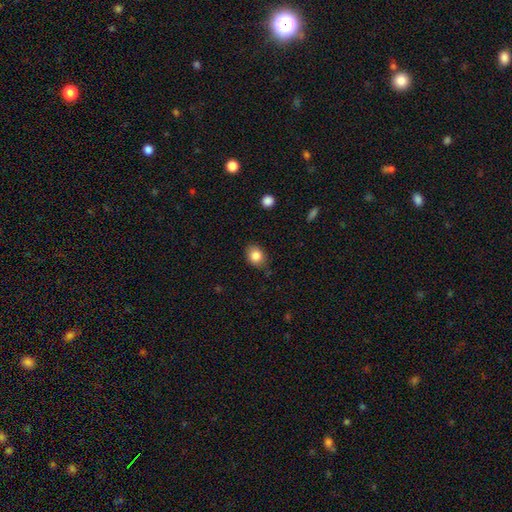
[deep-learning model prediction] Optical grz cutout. It shows a smooth galaxy with no disk features (84%) that is in between round and cigar-shaped (56%). Merging: none (78%).